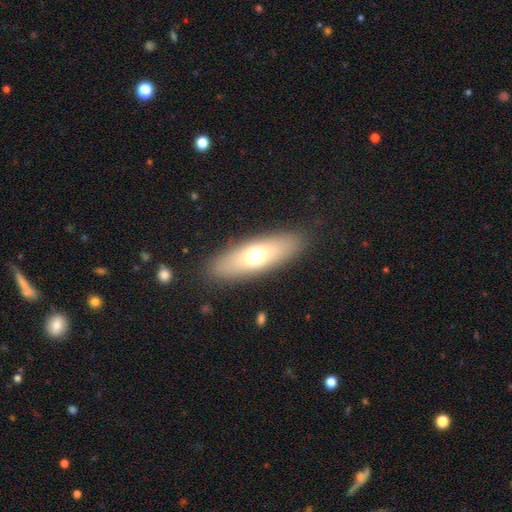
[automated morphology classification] Overall: smooth (63%; featured or disk 28%). How rounded: in between (60%; cigar-shaped 36%). Merging: none (87%).